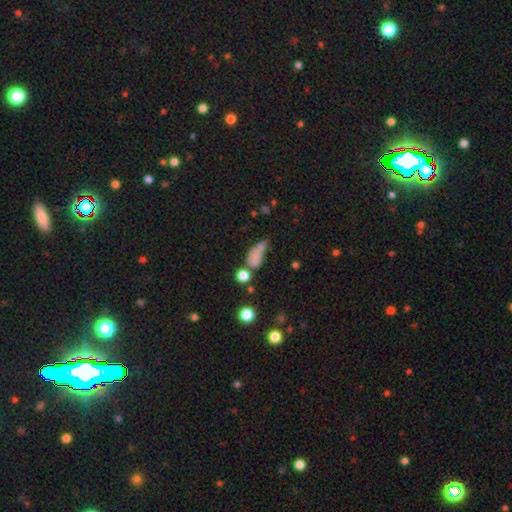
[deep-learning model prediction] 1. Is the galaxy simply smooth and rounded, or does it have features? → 69% smooth, 16% featured or disk, 15% star or artifact.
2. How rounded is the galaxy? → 74% in between, 14% round, 12% cigar-shaped.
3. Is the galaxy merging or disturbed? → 26% merger (tied), 26% none (tied), 25% major disturbance, 22% minor disturbance.